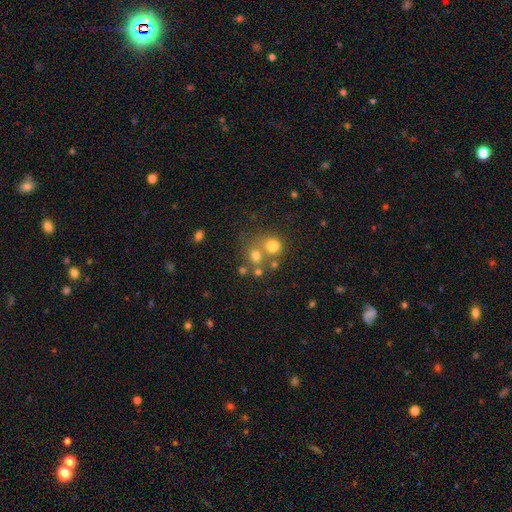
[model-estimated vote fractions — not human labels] Overall: smooth (67%). How rounded: round (80%). Merging: none (48%; merger 39%).